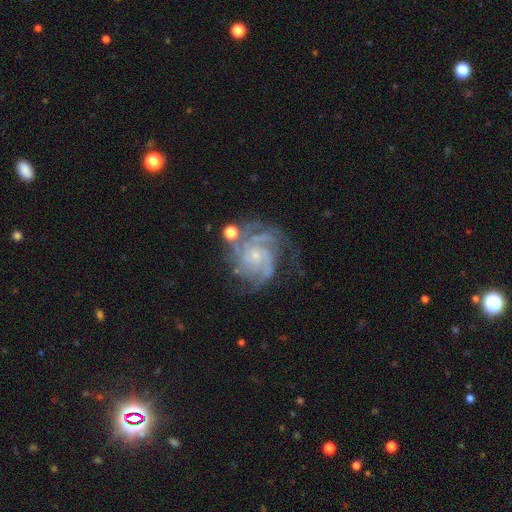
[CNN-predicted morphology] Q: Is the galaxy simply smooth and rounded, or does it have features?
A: featured or disk — 88%.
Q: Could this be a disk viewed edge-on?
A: no — 98%.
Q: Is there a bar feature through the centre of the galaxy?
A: no — 73%.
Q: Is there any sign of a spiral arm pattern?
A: yes — 97%.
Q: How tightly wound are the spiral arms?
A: tight — 62%.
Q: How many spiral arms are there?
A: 3 — 32%.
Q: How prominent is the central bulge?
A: small — 76%.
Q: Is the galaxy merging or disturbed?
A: none — 62%.